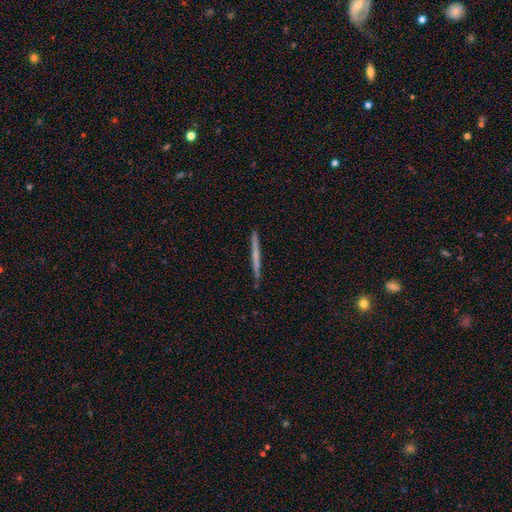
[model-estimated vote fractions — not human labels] Smooth or featured? Predicted: smooth (p=0.50). Merging? Predicted: none (p=0.91).